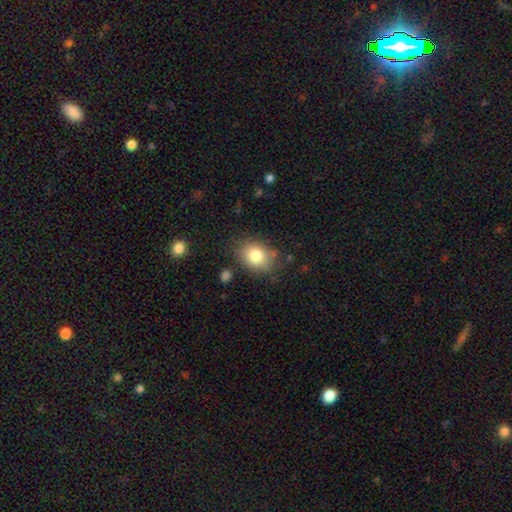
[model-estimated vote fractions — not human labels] Smooth or featured? Predicted: smooth (p=0.80). How rounded? Predicted: in between (p=0.52). Merging? Predicted: none (p=0.77).